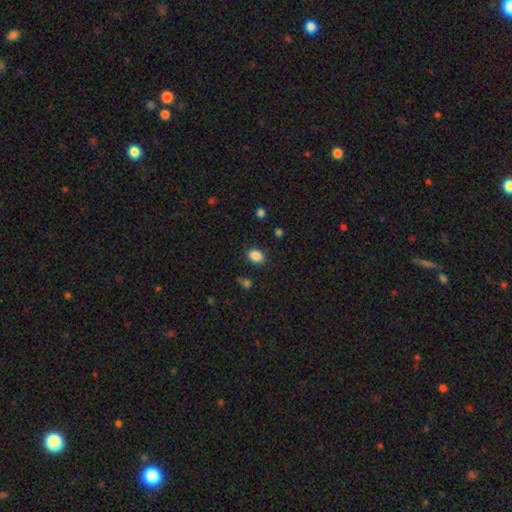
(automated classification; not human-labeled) A smooth galaxy with no disk features (87%) that is in between round and cigar-shaped (82%). Merging: none (83%).